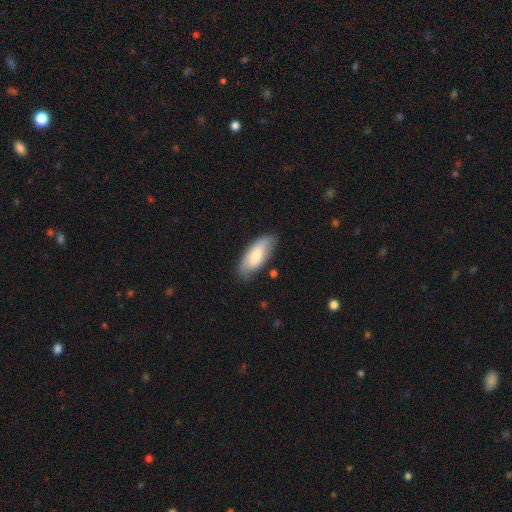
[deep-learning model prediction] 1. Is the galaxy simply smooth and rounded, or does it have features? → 71% smooth, 23% featured or disk, 6% star or artifact.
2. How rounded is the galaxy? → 82% in between, 16% cigar-shaped, 2% round.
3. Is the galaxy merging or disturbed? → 74% none, 20% minor disturbance, 4% major disturbance, 2% merger.